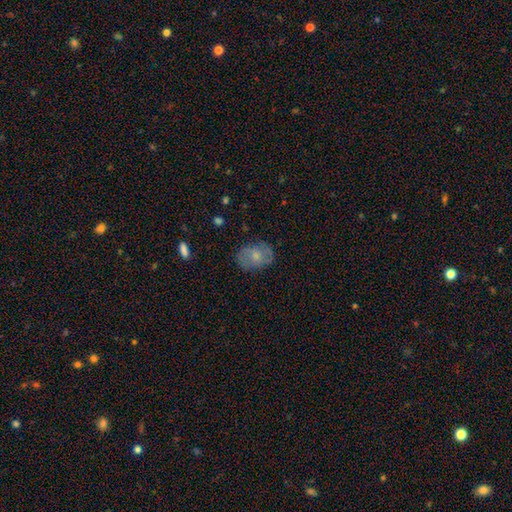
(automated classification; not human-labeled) Q: Smooth or featured?
A: smooth (59%); runner-up: featured or disk (33%)
Q: How rounded?
A: in between (69%); runner-up: round (29%)
Q: Merging?
A: none (73%); runner-up: minor disturbance (19%)